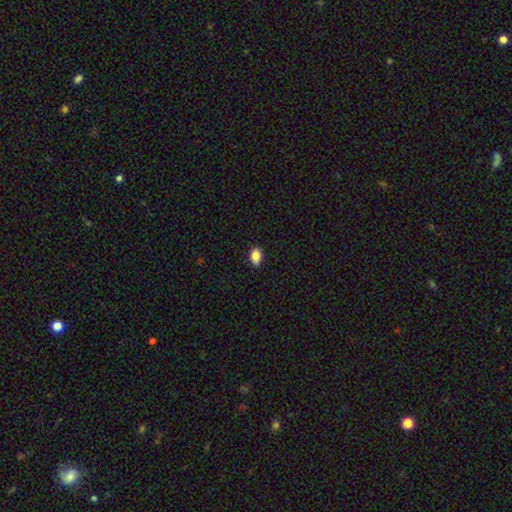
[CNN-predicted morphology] Smooth or featured? smooth (85%)
How rounded? in between (86%)
Merging? none (78%)